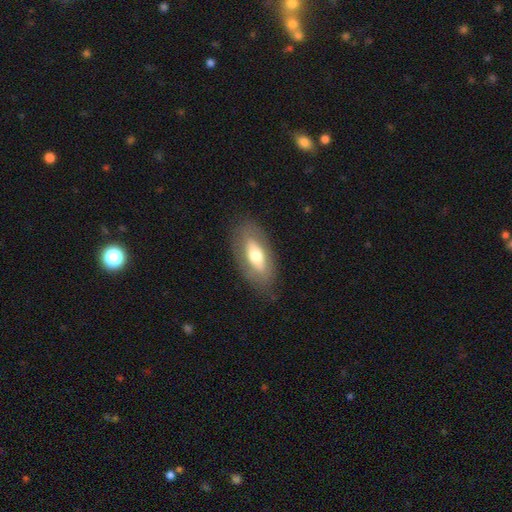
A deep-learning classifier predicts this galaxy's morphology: This appears to be a smooth galaxy with no disk features (54%) that is in between round and cigar-shaped (85%). Merging: none (80%).